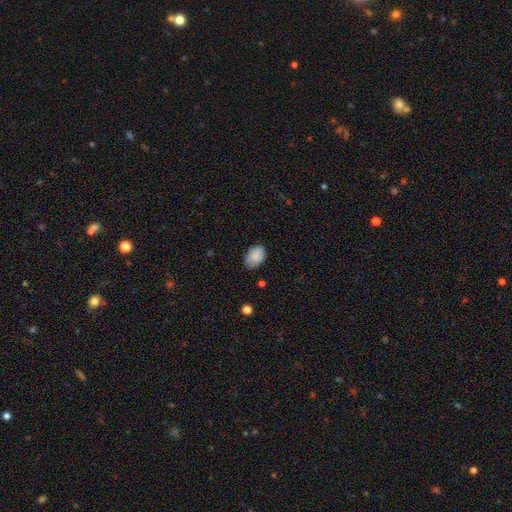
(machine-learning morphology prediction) Smooth or featured? Predicted: smooth (p=0.88). How rounded? Predicted: in between (p=0.85). Merging? Predicted: none (p=0.73).